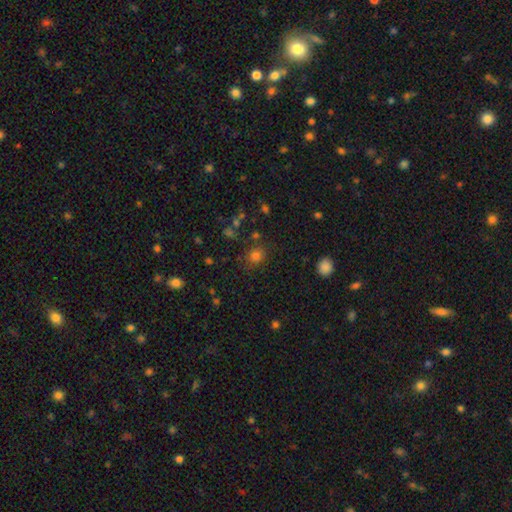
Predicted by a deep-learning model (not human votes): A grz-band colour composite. It shows a smooth galaxy with no disk features (75%) that is round (79%). Merging: none (77%).